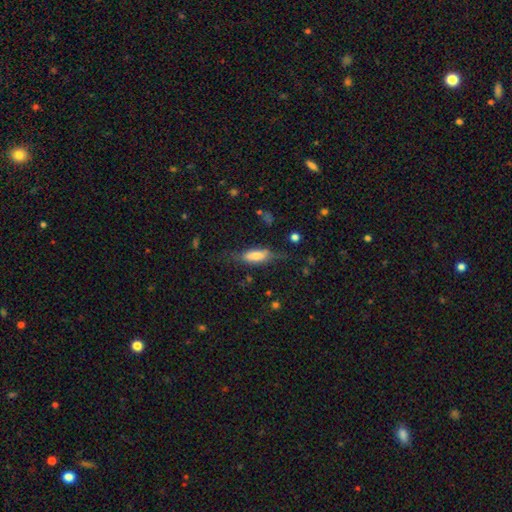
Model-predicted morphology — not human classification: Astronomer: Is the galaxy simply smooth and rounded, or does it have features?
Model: smooth — 63%.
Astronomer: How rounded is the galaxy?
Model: in between — 62%.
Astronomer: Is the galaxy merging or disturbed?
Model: none — 56%.